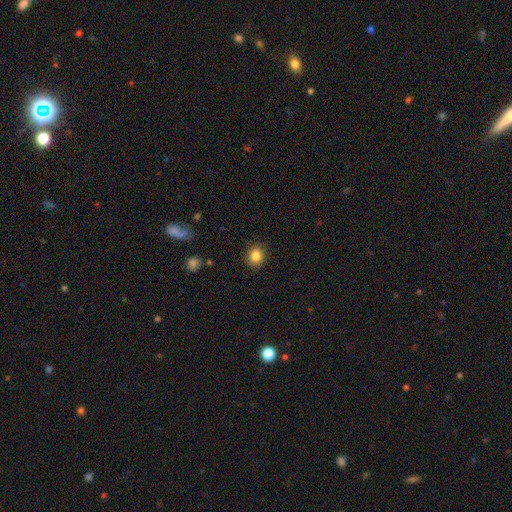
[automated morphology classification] This appears to be a smooth galaxy with no disk features (84%) that is round (74%). Merging: none (88%).